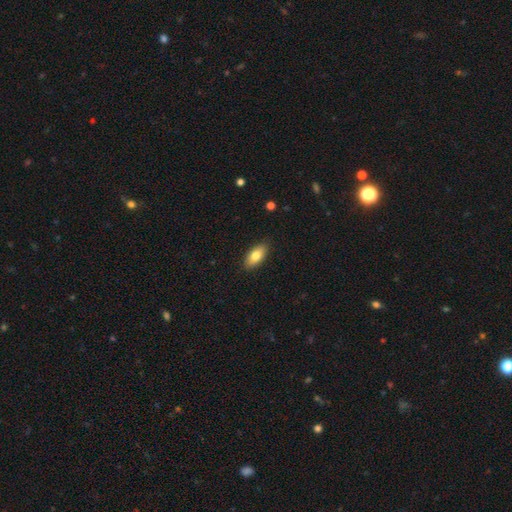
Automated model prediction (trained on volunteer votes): smooth 80%, featured or disk 14%, star or artifact 7%. Down the decision tree: how rounded — in between (88%); merging — none (88%).